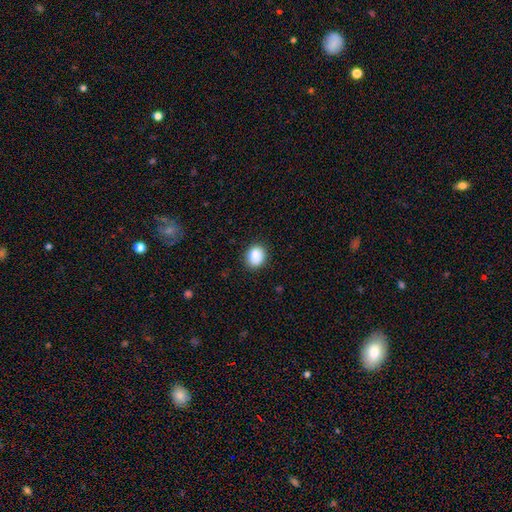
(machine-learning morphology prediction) Q: Smooth or featured?
A: smooth (87%); runner-up: star or artifact (8%)
Q: How rounded?
A: round (55%); runner-up: in between (44%)
Q: Merging?
A: none (85%); runner-up: minor disturbance (12%)